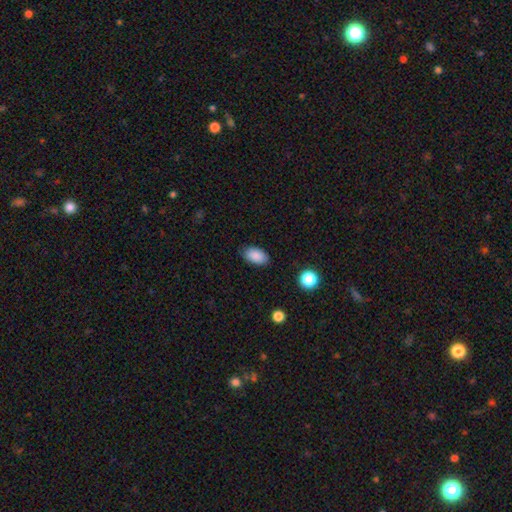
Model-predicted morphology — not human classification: This appears to be a smooth galaxy with no disk features (88%) that is in between round and cigar-shaped (93%). Merging: none (84%).